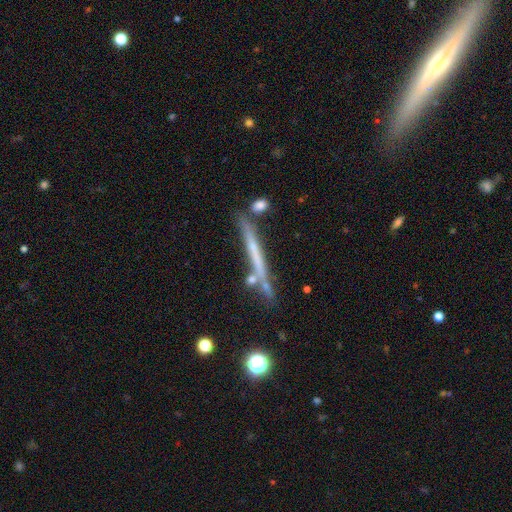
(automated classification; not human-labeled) Smooth or featured?
  - featured or disk: 55% *
  - smooth: 36%
  - star or artifact: 9%
Edge-on disk?
  - yes: 95% *
  - no: 5%
Edge-on bulge?
  - none: 80% *
  - rounded: 15%
  - boxy: 5%
Merging?
  - none: 74% *
  - minor disturbance: 14%
  - merger: 9%
  - major disturbance: 4%